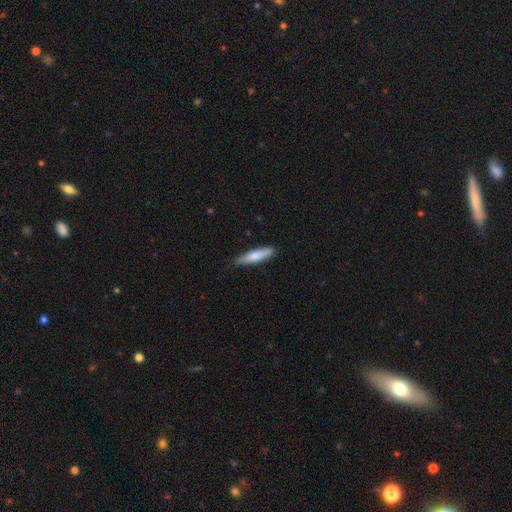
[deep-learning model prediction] Smooth or featured: smooth — 76% (featured or disk — 19%)
How rounded: cigar-shaped — 80% (in between — 19%)
Merging: none — 84% (minor disturbance — 13%)